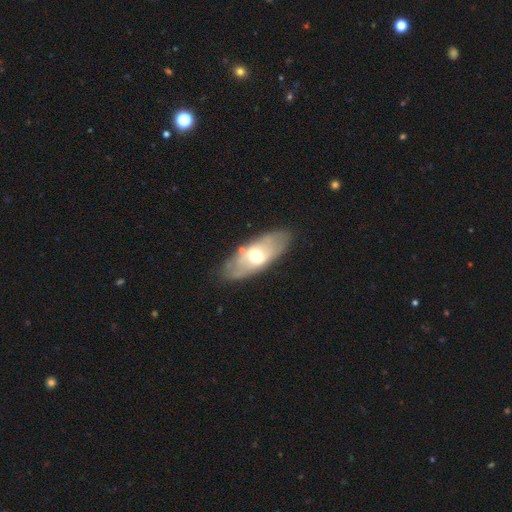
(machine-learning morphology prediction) A featured or disk galaxy (52%).

Vote fractions:
- Smooth or featured? featured or disk: 52% / smooth: 42% / star or artifact: 6%
- Edge-on disk? no: 79% / yes: 21%
- Merging? none: 78% / minor disturbance: 14% / major disturbance: 5% / merger: 3%